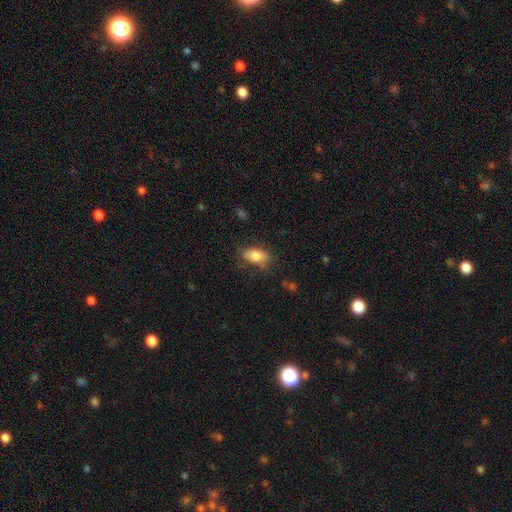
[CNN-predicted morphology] type=smooth (82%); roundness=in between (90%); merging=none (70%).